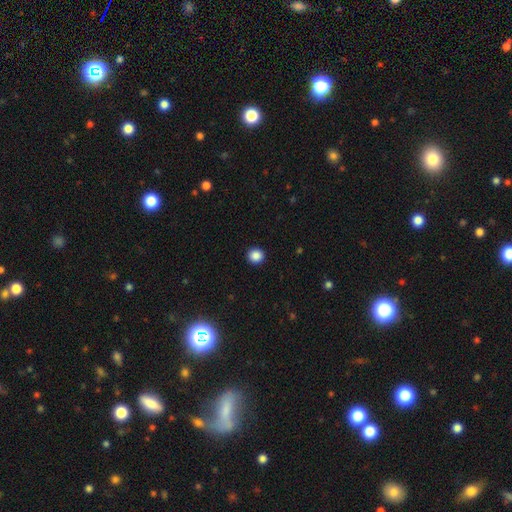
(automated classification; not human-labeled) This appears to be a smooth galaxy with no disk features (87%) that is round (89%). Merging: none (93%).